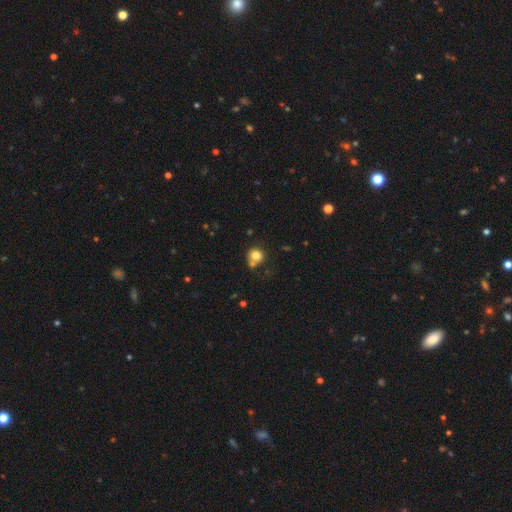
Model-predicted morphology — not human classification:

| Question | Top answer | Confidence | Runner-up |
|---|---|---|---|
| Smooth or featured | smooth | 79% | star or artifact (12%) |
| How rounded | round | 86% | in between (13%) |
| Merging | none | 59% | merger (22%) |